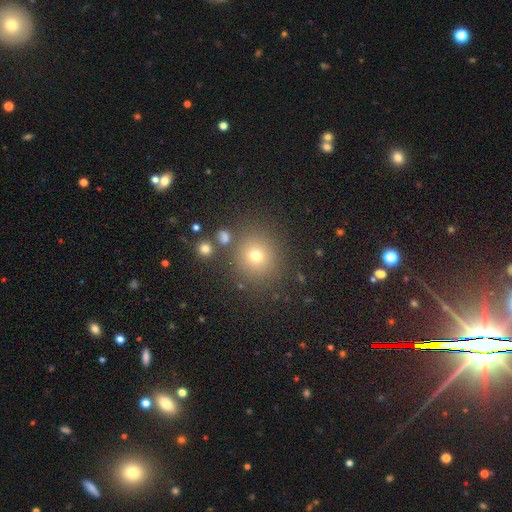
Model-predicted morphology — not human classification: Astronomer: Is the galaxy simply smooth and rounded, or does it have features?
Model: smooth — 70%.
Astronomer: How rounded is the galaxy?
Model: round — 90%.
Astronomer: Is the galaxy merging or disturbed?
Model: none — 83%.